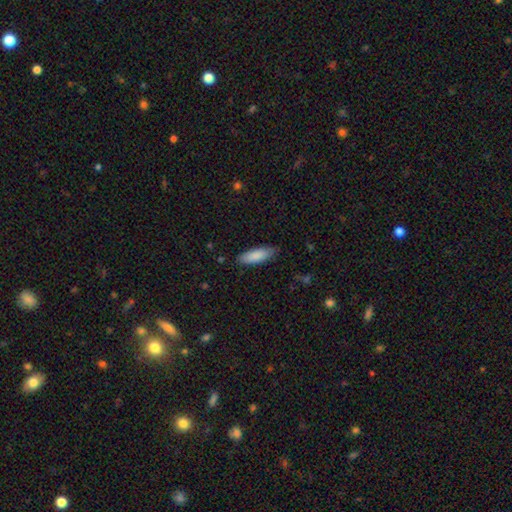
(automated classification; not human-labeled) Morphology: type=smooth (87%); roundness=in between (62%); merging=none (82%).